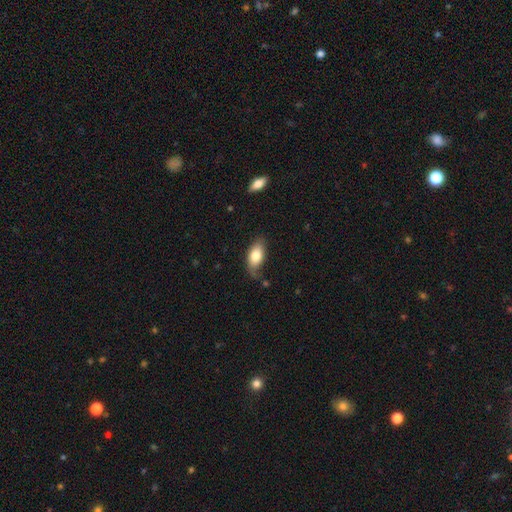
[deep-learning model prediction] This is likely a smooth galaxy (77%). How rounded: clearly in between (91%). Merging: possibly none (56%).